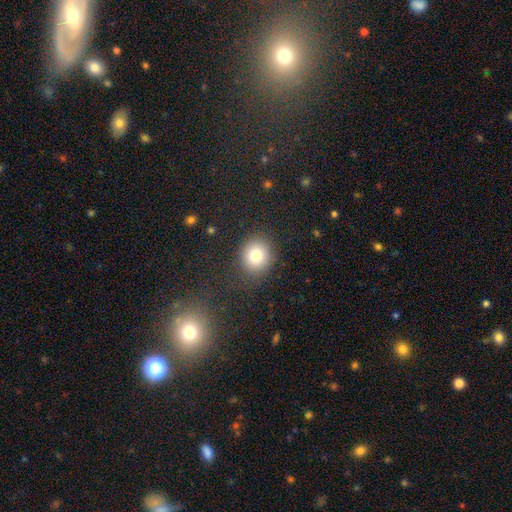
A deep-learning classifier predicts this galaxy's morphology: type=smooth (81%); roundness=round (80%); merging=none (85%).